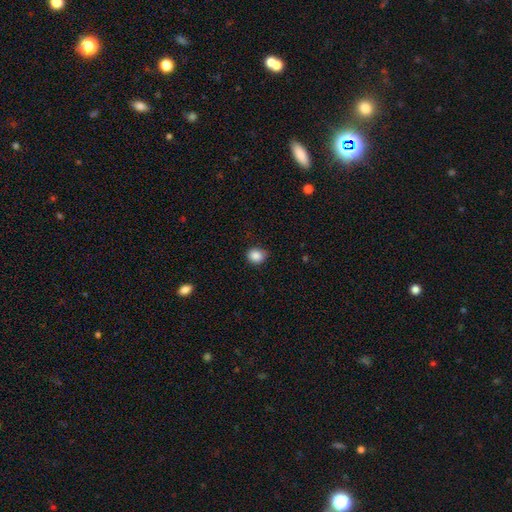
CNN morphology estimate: This is clearly a smooth galaxy (87%). How rounded: likely round (73%). Merging: clearly none (81%).